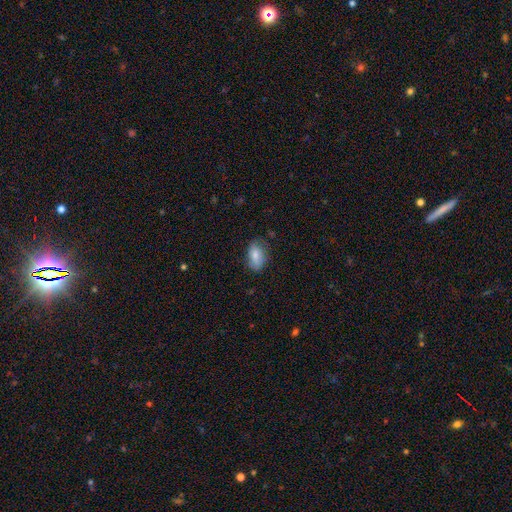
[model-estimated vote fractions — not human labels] A smooth galaxy with no disk features (77%) that is in between round and cigar-shaped (90%). Merging: none (68%).